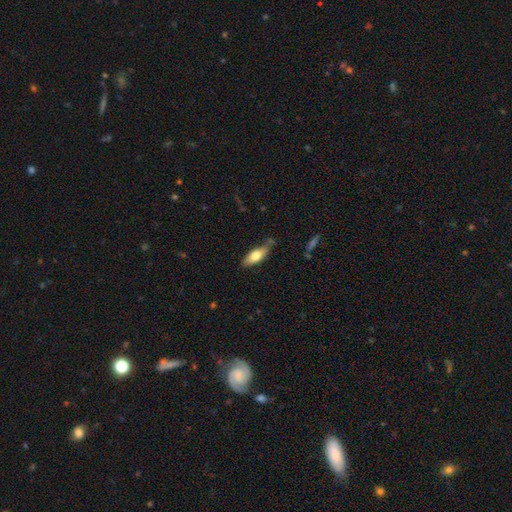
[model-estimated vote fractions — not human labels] A smooth galaxy with no disk features (70%) that is in between round and cigar-shaped (69%). Merging: none (62%).